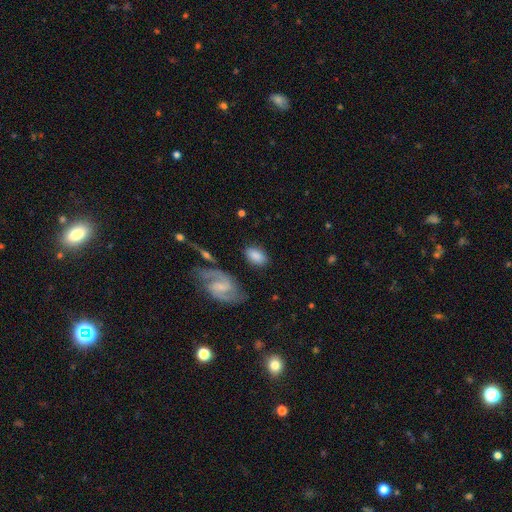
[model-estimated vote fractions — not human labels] Overall: smooth (74%). How rounded: in between (90%). Merging: none (75%).